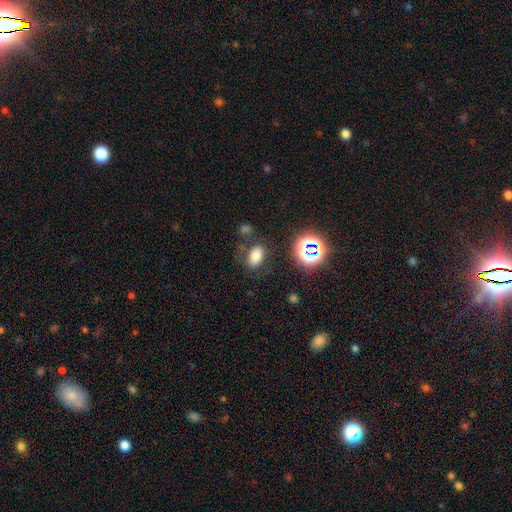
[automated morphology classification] type=smooth (72%); roundness=in between (86%); merging=none (73%).